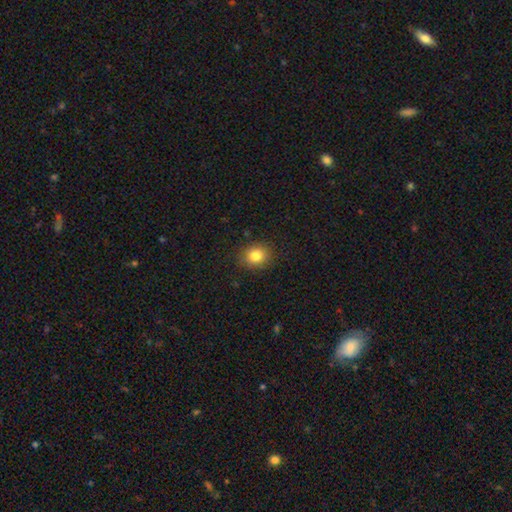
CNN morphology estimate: Q: Smooth or featured?
A: smooth (83%); runner-up: star or artifact (10%)
Q: How rounded?
A: round (64%); runner-up: in between (36%)
Q: Merging?
A: none (87%); runner-up: minor disturbance (9%)